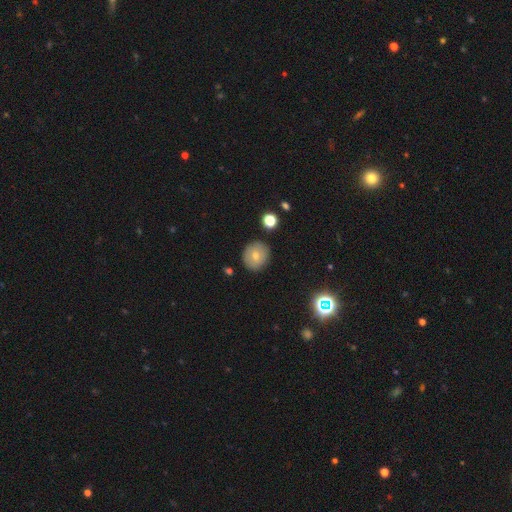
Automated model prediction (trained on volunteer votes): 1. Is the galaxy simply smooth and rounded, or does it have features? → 71% smooth, 19% featured or disk, 10% star or artifact.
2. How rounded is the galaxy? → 85% round, 14% in between, 1% cigar-shaped.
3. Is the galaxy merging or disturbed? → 87% none, 8% minor disturbance, 2% major disturbance, 2% merger.